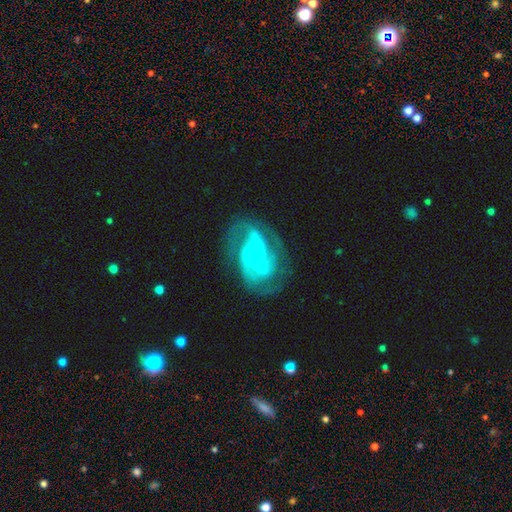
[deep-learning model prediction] Morphology: type=featured or disk (89%); edge-on=no (97%); bar=no (55%); spiral arms=yes (96%); winding=medium (45%); arm count=2 (53%); bulge=small (62%); merging=none (61%).